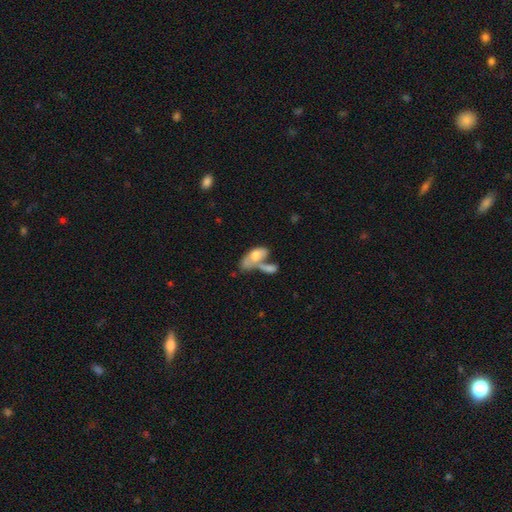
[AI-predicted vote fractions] A smooth galaxy with no disk features (62%) that is in between round and cigar-shaped (86%). Merging: merger (52%).